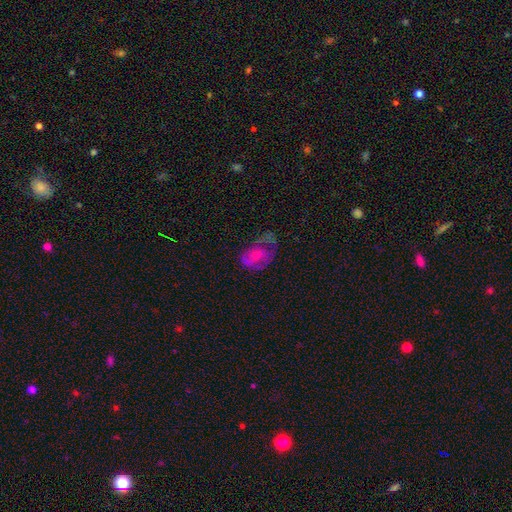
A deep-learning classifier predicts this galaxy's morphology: Smooth or featured?
  - featured or disk: 55% *
  - smooth: 33%
  - star or artifact: 13%
Edge-on disk?
  - no: 96% *
  - yes: 4%
Bar?
  - no: 72% *
  - weak: 23%
  - strong: 4%
Spiral arms?
  - yes: 59% *
  - no: 41%
Bulge size?
  - small: 49% *
  - moderate: 30%
  - none: 16%
  - large: 3%
  - dominant: 1%
Merging?
  - none: 41% *
  - major disturbance: 30%
  - minor disturbance: 27%
  - merger: 3%